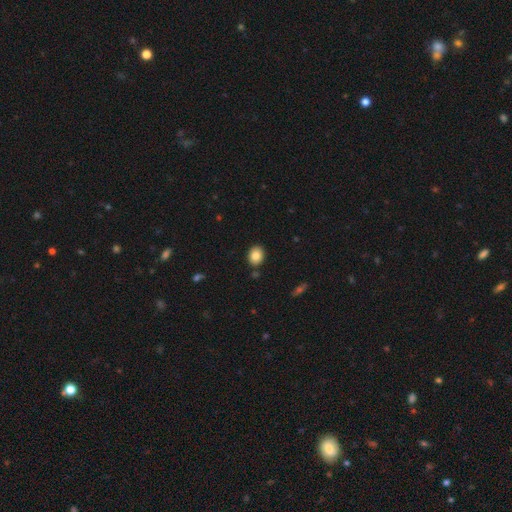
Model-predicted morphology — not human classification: This appears to be a smooth galaxy with no disk features (83%) that is round (52%). Merging: none (87%).